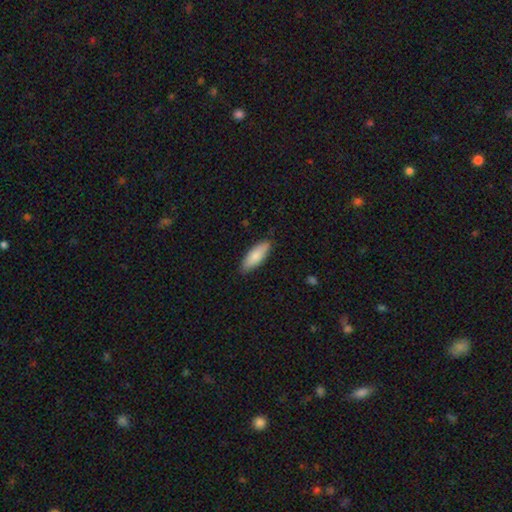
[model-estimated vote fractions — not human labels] smooth_or_featured: smooth (p=0.83) [alt: featured or disk p=0.12]
how_rounded: in between (p=0.70) [alt: cigar-shaped p=0.29]
merging: none (p=0.85) [alt: minor disturbance p=0.12]